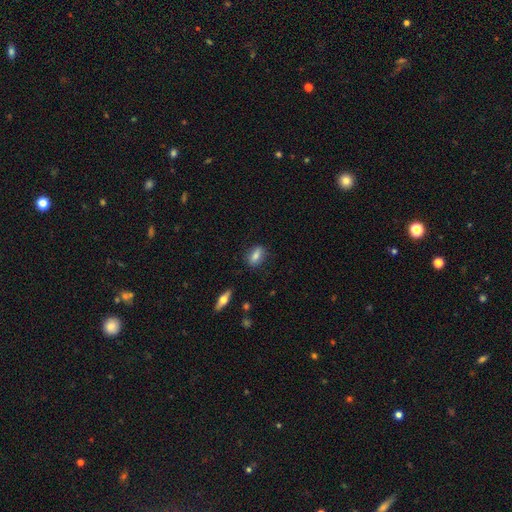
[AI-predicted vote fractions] smooth-or-featured: smooth: 74% | featured or disk: 18% | star or artifact: 8%
  how-rounded: in between: 75% | round: 13% | cigar-shaped: 12%
  merging: none: 81% | minor disturbance: 14% | major disturbance: 3% | merger: 2%